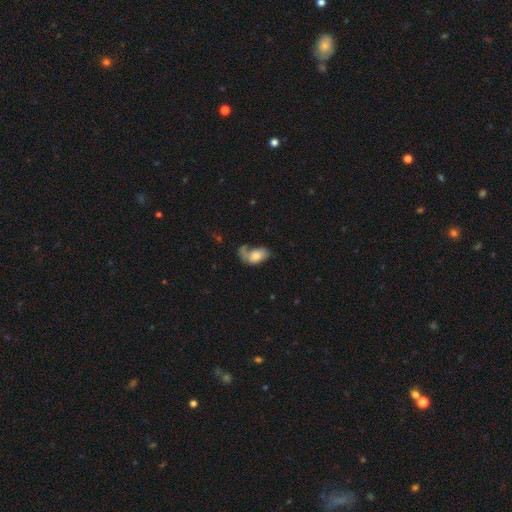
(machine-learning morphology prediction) This appears to be a smooth galaxy with no disk features (65%) that is in between round and cigar-shaped (90%). Merging: major disturbance (35%).